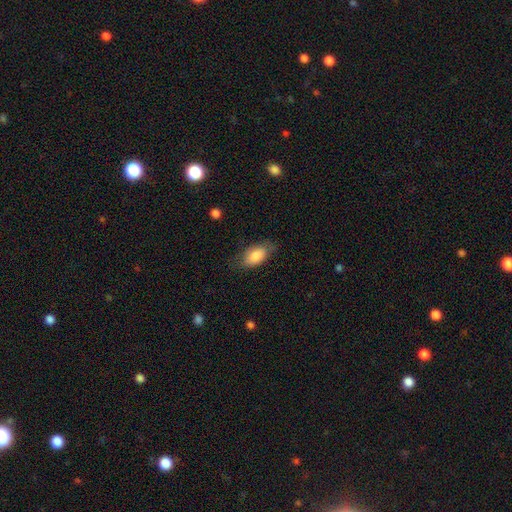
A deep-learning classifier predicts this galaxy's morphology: Smooth or featured? smooth (83%)
How rounded? in between (91%)
Merging? none (70%)